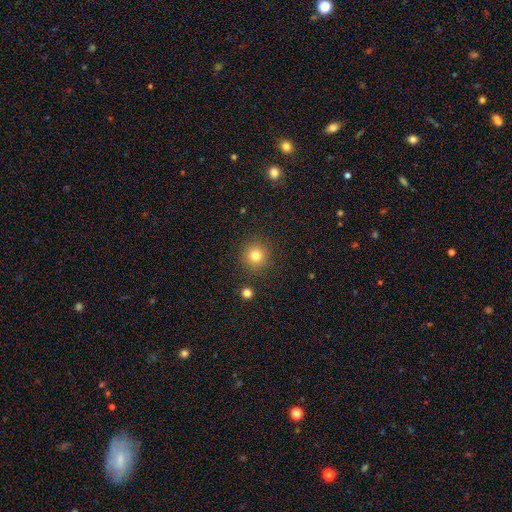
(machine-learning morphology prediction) smooth_or_featured: smooth (p=0.79) [alt: star or artifact p=0.13]
how_rounded: round (p=0.94) [alt: in between p=0.05]
merging: none (p=0.89) [alt: minor disturbance p=0.06]